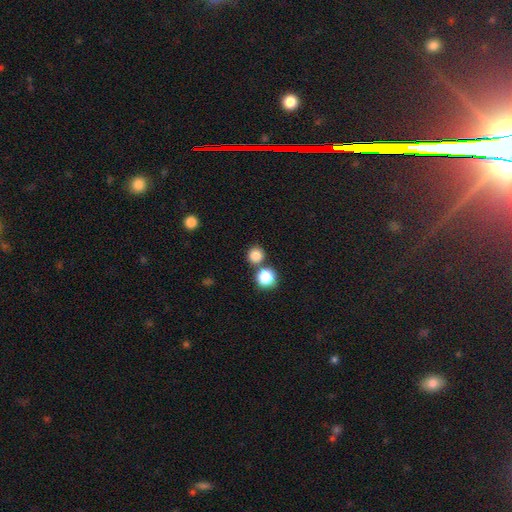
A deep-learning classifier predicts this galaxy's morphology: smooth-or-featured: smooth: 84% | star or artifact: 12% | featured or disk: 5%
  how-rounded: round: 90% | in between: 9% | cigar-shaped: 1%
  merging: none: 64% | merger: 26% | minor disturbance: 7% | major disturbance: 3%